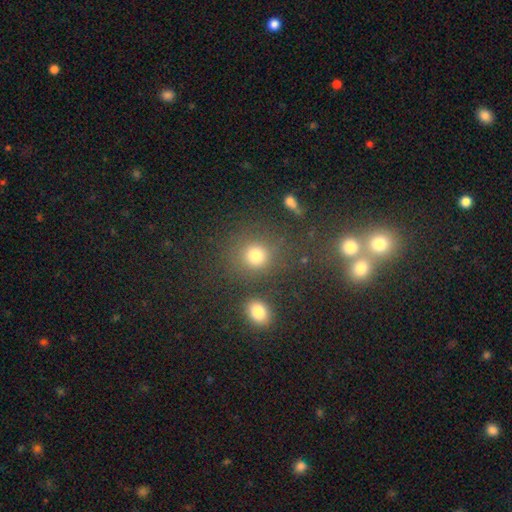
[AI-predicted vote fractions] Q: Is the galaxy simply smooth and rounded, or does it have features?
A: smooth — 77%.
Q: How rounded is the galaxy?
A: round — 85%.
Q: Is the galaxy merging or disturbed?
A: none — 75%.